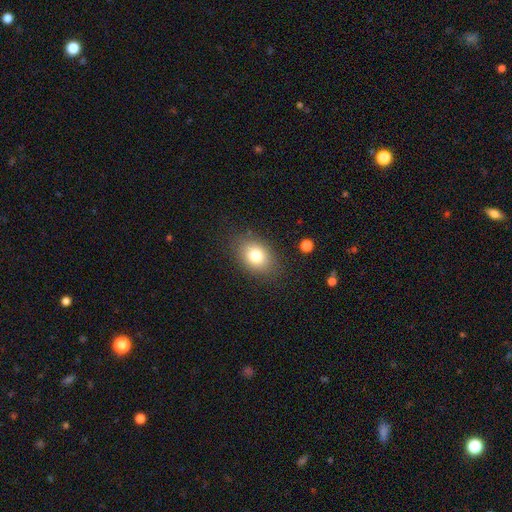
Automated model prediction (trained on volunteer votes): A smooth galaxy with no disk features (79%) that is in between round and cigar-shaped (69%). Merging: none (82%).